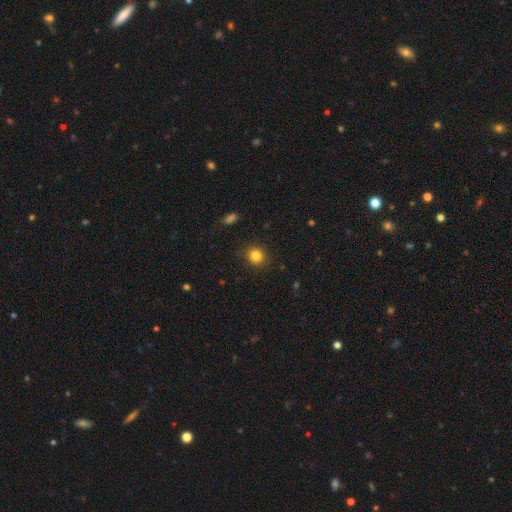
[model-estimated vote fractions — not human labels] Q: Smooth or featured?
A: smooth (83%); runner-up: star or artifact (12%)
Q: How rounded?
A: round (87%); runner-up: in between (12%)
Q: Merging?
A: none (89%); runner-up: minor disturbance (8%)